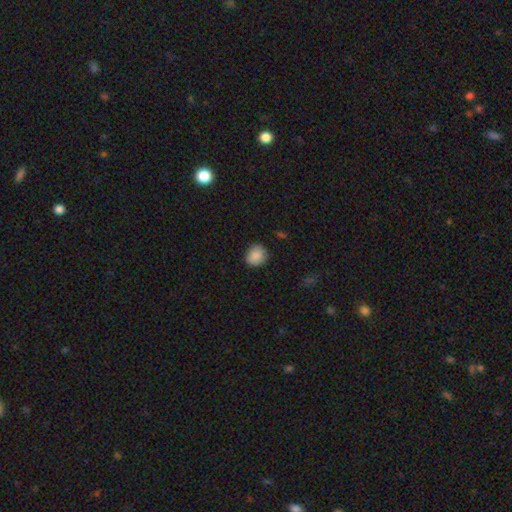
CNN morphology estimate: Smooth or featured? Predicted: smooth (p=0.87). How rounded? Predicted: round (p=0.77). Merging? Predicted: none (p=0.84).